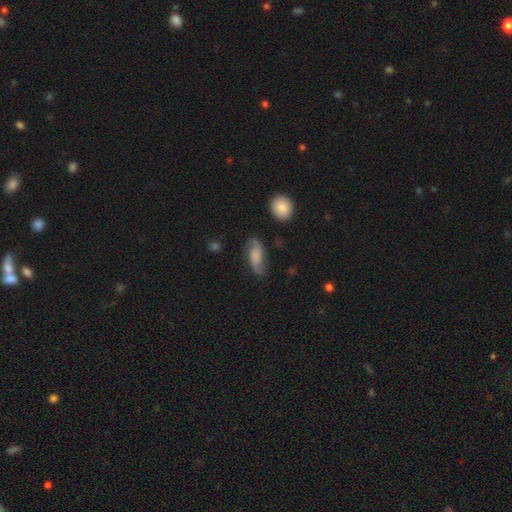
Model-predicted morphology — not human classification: This is possibly a featured or disk galaxy (49%). Merging: likely none (68%).